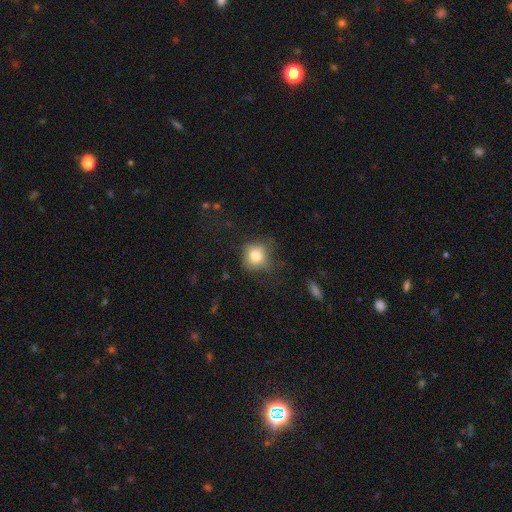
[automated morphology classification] Overall: smooth (78%). How rounded: round (81%). Merging: none (66%).